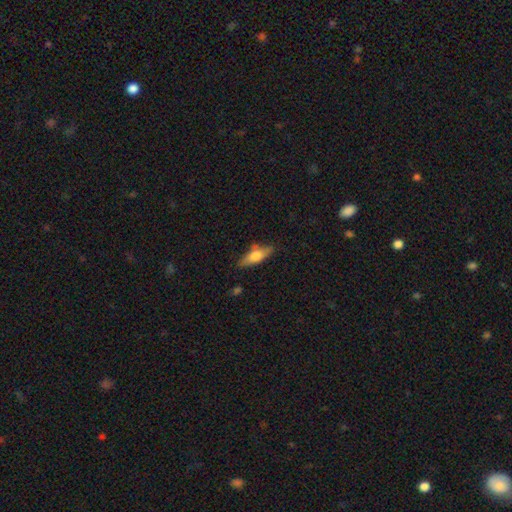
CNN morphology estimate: A smooth galaxy with no disk features (64%) that is in between round and cigar-shaped (55%). Merging: none (74%).